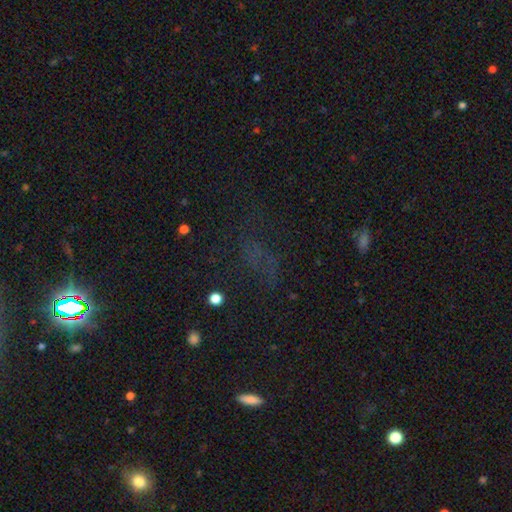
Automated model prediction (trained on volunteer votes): star or artifact 56%, smooth 27%, featured or disk 17%.